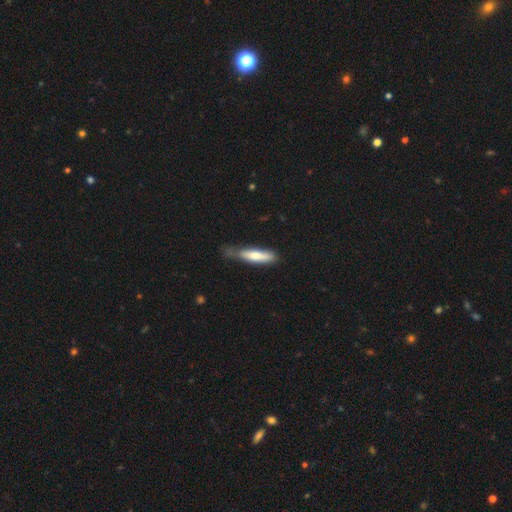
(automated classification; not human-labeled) A smooth galaxy with no disk features (64%) that is cigar-shaped (74%).

Vote fractions:
- Smooth or featured? smooth: 64% / featured or disk: 30% / star or artifact: 5%
- How rounded? cigar-shaped: 74% / in between: 24% / round: 2%
- Merging? none: 50% / minor disturbance: 34% / major disturbance: 11% / merger: 4%